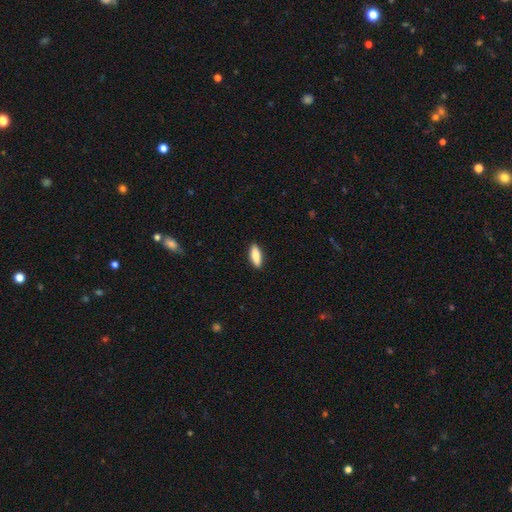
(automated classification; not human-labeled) Q: Smooth or featured?
A: smooth (84%); runner-up: featured or disk (10%)
Q: How rounded?
A: in between (62%); runner-up: cigar-shaped (36%)
Q: Merging?
A: none (90%); runner-up: minor disturbance (7%)